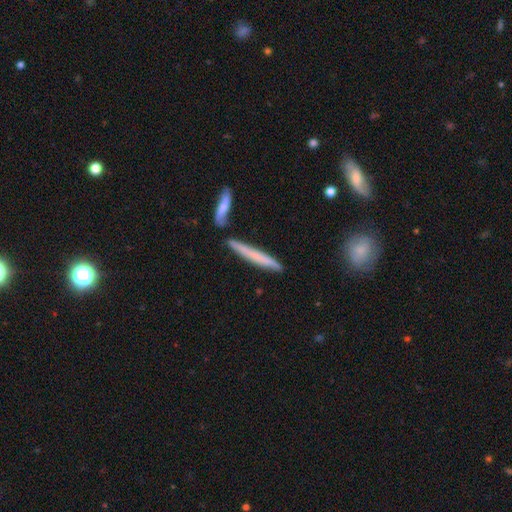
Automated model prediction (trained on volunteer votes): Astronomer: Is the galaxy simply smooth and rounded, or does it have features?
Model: smooth — 58% (runner-up: featured or disk, 35%).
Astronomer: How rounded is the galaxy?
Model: cigar-shaped — 95%.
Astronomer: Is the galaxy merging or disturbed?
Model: none — 76%.